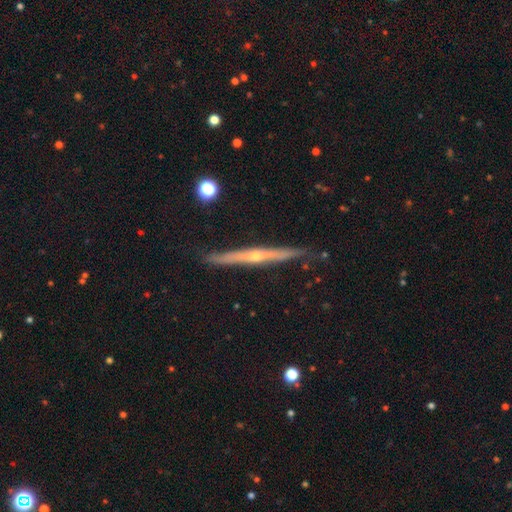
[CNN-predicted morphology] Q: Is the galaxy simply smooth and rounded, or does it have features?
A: featured or disk — 81%.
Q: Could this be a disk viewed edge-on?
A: yes — 97%.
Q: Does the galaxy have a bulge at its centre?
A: rounded — 79%.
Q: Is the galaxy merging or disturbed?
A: none — 84%.